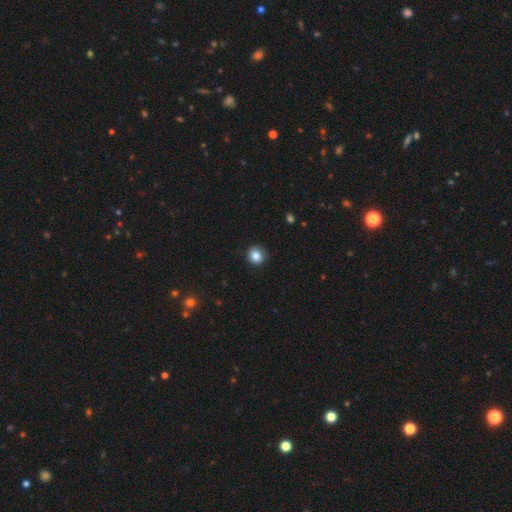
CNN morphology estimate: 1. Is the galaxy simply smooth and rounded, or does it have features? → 84% smooth, 10% star or artifact, 6% featured or disk.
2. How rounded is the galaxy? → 90% round, 9% in between, 1% cigar-shaped.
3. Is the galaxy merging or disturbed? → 85% none, 11% minor disturbance, 2% major disturbance, 1% merger.